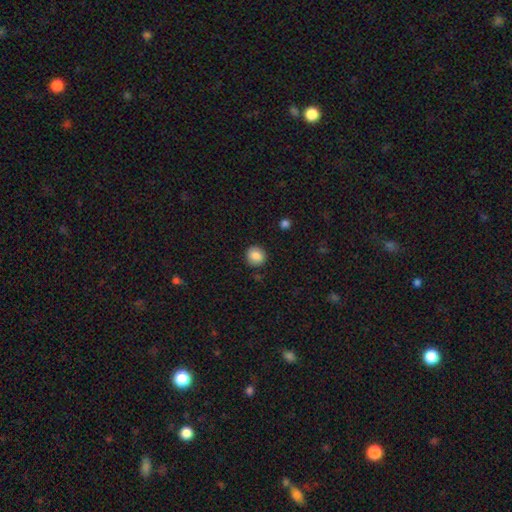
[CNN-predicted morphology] A smooth galaxy with no disk features (86%) that is round (88%).

Vote fractions:
- Smooth or featured? smooth: 86% / star or artifact: 9% / featured or disk: 5%
- How rounded? round: 88% / in between: 11% / cigar-shaped: 1%
- Merging? none: 88% / minor disturbance: 8% / major disturbance: 2% / merger: 2%